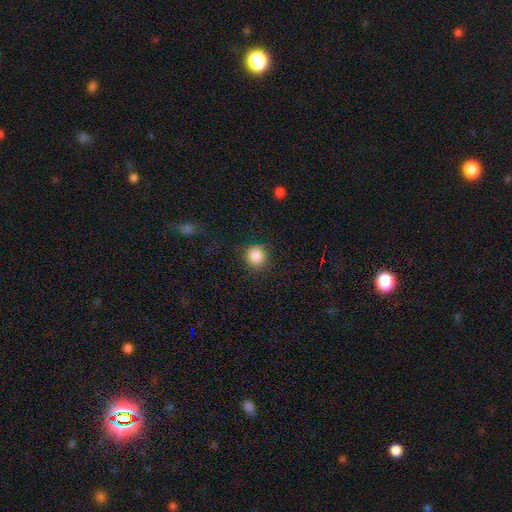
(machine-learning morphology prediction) Smooth or featured? smooth (87%)
How rounded? round (87%)
Merging? none (83%)